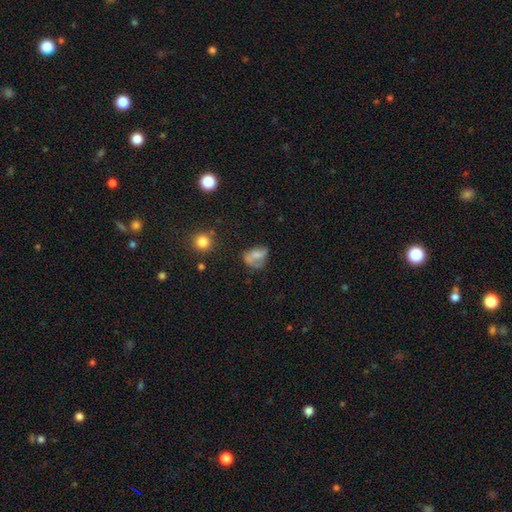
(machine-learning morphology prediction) smooth 51%, featured or disk 37%, star or artifact 11%. Down the decision tree: how rounded — in between (69%); merging — none (35%).